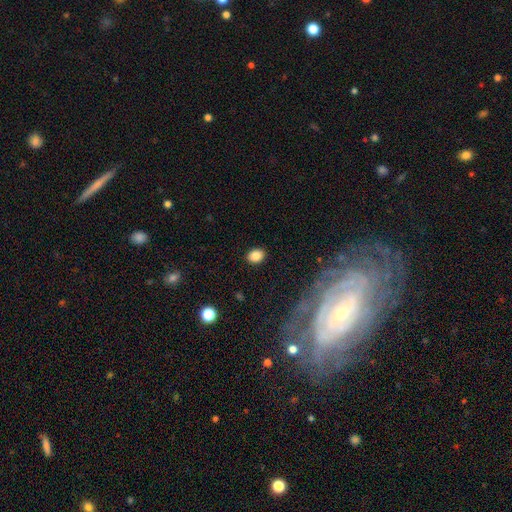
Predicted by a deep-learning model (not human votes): Smooth or featured? Predicted: smooth (p=0.85). How rounded? Predicted: in between (p=0.56). Merging? Predicted: none (p=0.89).